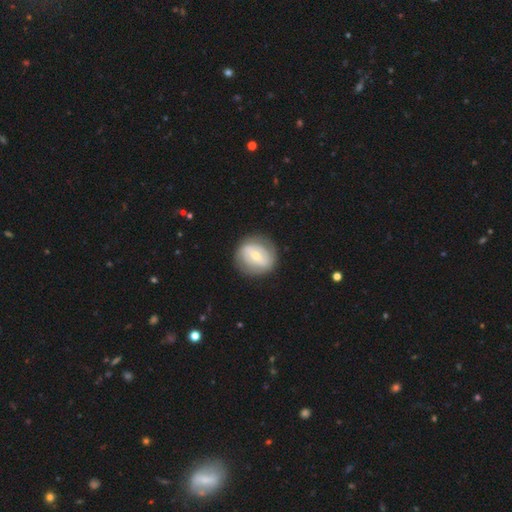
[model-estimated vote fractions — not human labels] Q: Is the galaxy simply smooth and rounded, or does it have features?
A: featured or disk — 60%.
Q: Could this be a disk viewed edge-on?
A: no — 96%.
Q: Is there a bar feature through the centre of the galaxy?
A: weak — 43%.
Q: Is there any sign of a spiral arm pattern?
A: yes — 53%.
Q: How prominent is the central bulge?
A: moderate — 54%.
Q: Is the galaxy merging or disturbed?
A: none — 82%.